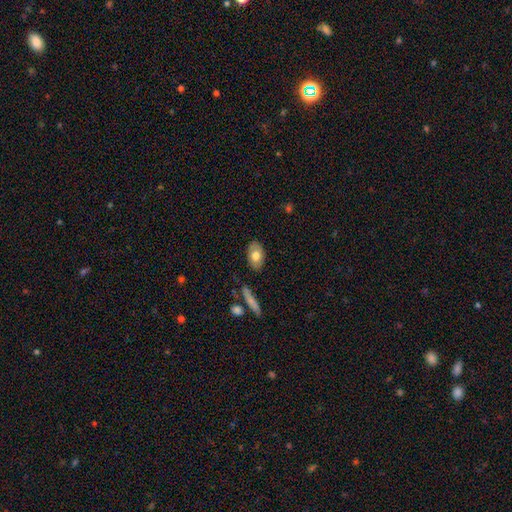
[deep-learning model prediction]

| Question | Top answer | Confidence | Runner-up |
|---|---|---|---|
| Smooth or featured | smooth | 69% | featured or disk (25%) |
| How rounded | in between | 91% | round (7%) |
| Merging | none | 84% | minor disturbance (12%) |